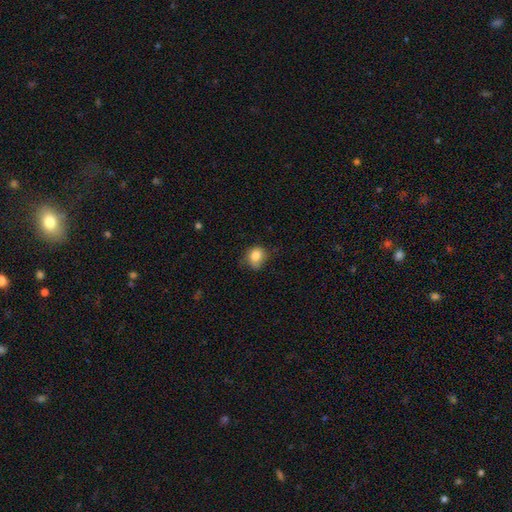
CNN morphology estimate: This appears to be a smooth galaxy with no disk features (83%) that is round (60%). Merging: none (50%).